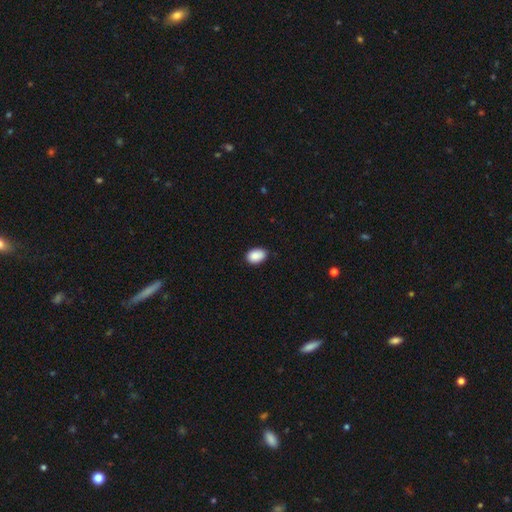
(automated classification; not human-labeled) smooth_or_featured: smooth (p=0.89) [alt: star or artifact p=0.07]
how_rounded: in between (p=0.84) [alt: round p=0.15]
merging: none (p=0.82) [alt: minor disturbance p=0.15]